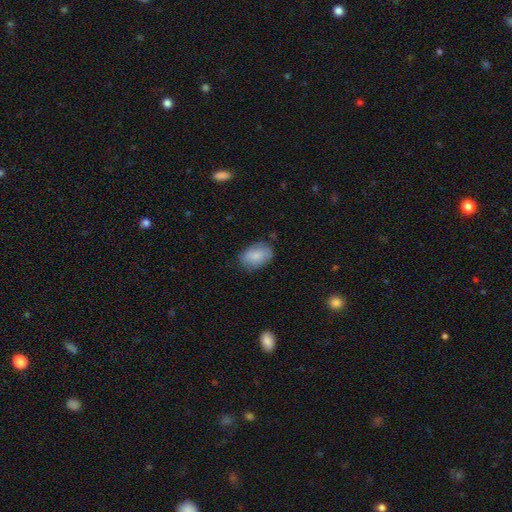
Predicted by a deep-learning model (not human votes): Smooth or featured? smooth (79%)
How rounded? in between (86%)
Merging? none (69%)